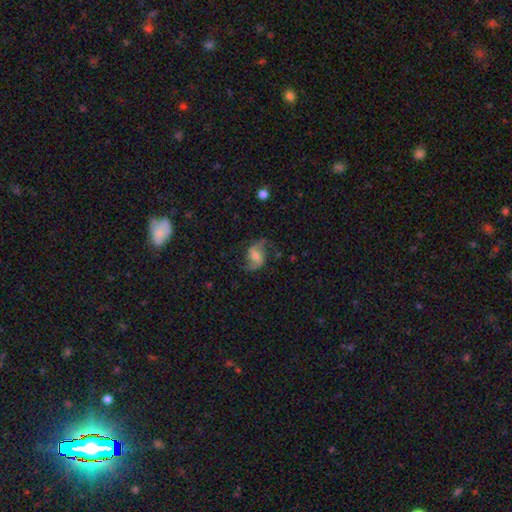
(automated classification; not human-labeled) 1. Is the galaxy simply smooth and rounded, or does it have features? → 76% featured or disk, 16% smooth, 7% star or artifact.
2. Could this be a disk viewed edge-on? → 97% no, 3% yes.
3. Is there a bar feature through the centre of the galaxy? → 49% weak, 29% no, 22% strong.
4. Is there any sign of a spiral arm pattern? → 93% yes, 7% no.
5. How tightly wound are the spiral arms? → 65% loose, 29% medium, 6% tight.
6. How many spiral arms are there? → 91% 2, 3% can't tell, 3% 1, 1% 3, 1% 4, 1% more than 4.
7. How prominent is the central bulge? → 54% moderate, 28% small, 10% large, 7% none, 1% dominant.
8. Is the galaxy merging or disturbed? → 71% none, 18% minor disturbance, 9% major disturbance, 2% merger.